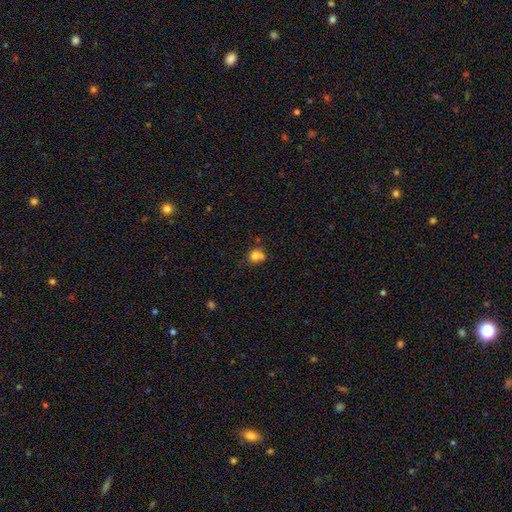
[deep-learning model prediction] smooth_or_featured: smooth (p=0.75) [alt: featured or disk p=0.13]
how_rounded: round (p=0.74) [alt: in between p=0.25]
merging: none (p=0.44) [alt: merger p=0.36]